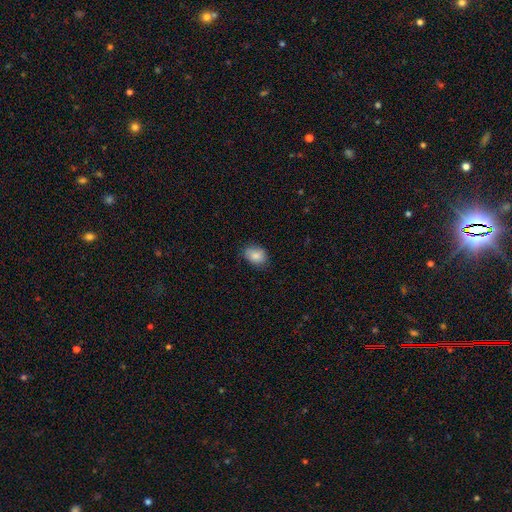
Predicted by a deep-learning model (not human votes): Q: Smooth or featured?
A: smooth (86%); runner-up: star or artifact (8%)
Q: How rounded?
A: in between (78%); runner-up: round (21%)
Q: Merging?
A: none (79%); runner-up: minor disturbance (17%)